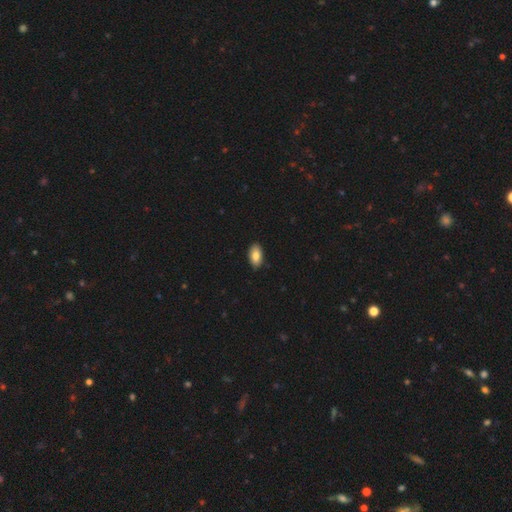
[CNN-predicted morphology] smooth-or-featured: smooth: 84% | featured or disk: 9% | star or artifact: 7%
  how-rounded: in between: 94% | round: 4% | cigar-shaped: 2%
  merging: none: 89% | minor disturbance: 9% | major disturbance: 2% | merger: 1%